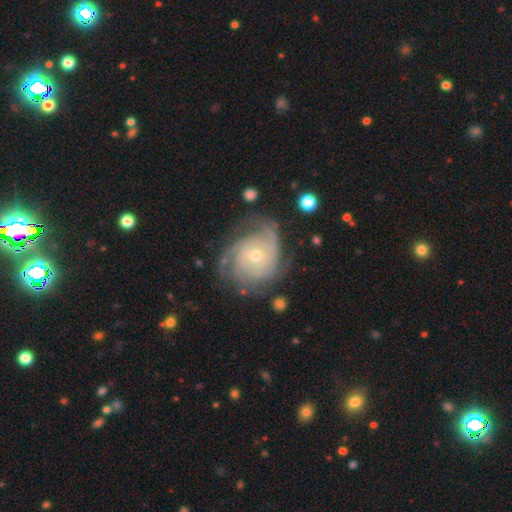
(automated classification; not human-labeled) Q: Smooth or featured?
A: featured or disk (86%); runner-up: smooth (8%)
Q: Edge-on disk?
A: no (98%); runner-up: yes (2%)
Q: Bar?
A: no (75%); runner-up: weak (21%)
Q: Spiral arms?
A: yes (96%); runner-up: no (4%)
Q: Spiral winding?
A: tight (66%); runner-up: medium (28%)
Q: Spiral arm count?
A: 3 (30%); runner-up: can't tell (27%)
Q: Bulge size?
A: moderate (49%); runner-up: small (48%)
Q: Merging?
A: none (66%); runner-up: minor disturbance (21%)